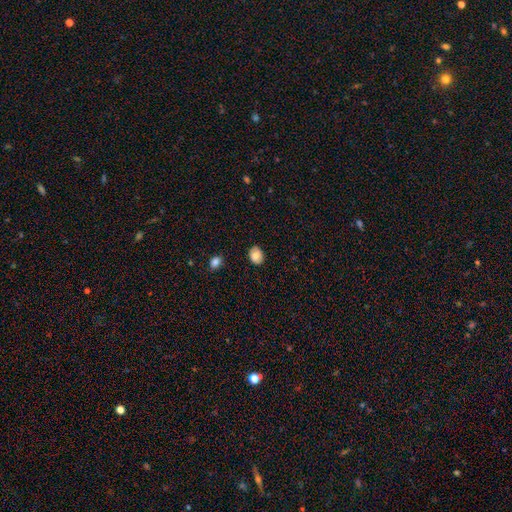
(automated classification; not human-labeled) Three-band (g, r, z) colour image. It shows a smooth galaxy with no disk features (79%) that is in between round and cigar-shaped (58%). Merging: none (85%).